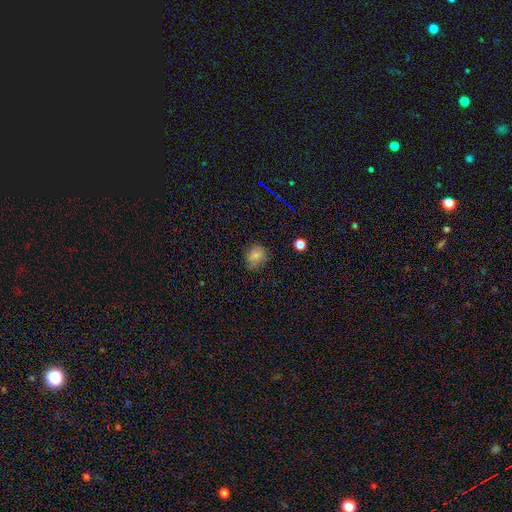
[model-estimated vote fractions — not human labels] This appears to be a smooth galaxy with no disk features (72%) that is round (53%). Merging: none (73%).